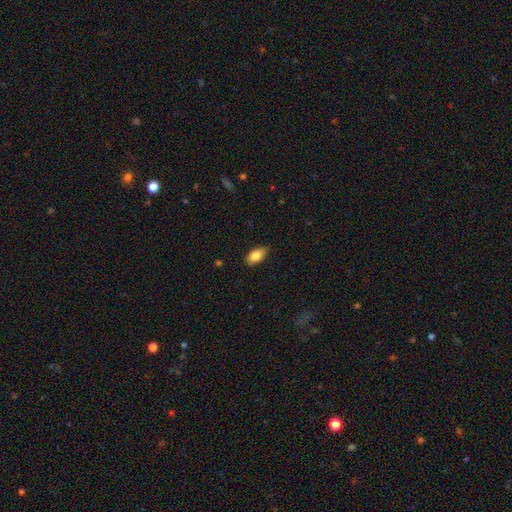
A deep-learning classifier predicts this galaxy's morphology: This is clearly a smooth galaxy (85%). How rounded: clearly in between (91%). Merging: clearly none (83%).